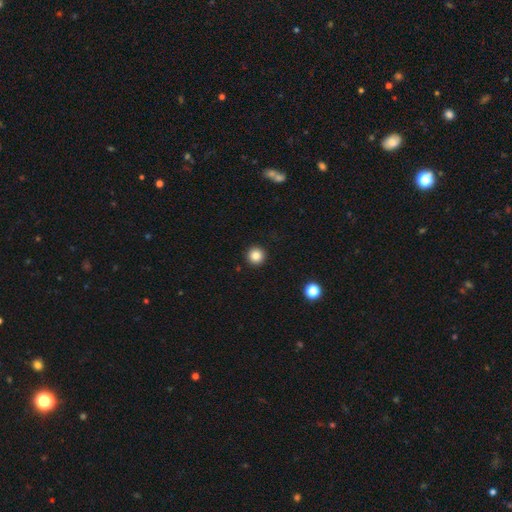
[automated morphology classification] Smooth or featured?
  - smooth: 84% *
  - star or artifact: 11%
  - featured or disk: 5%
How rounded?
  - round: 96% *
  - in between: 3%
  - cigar-shaped: 1%
Merging?
  - none: 93% *
  - minor disturbance: 4%
  - major disturbance: 2%
  - merger: 1%